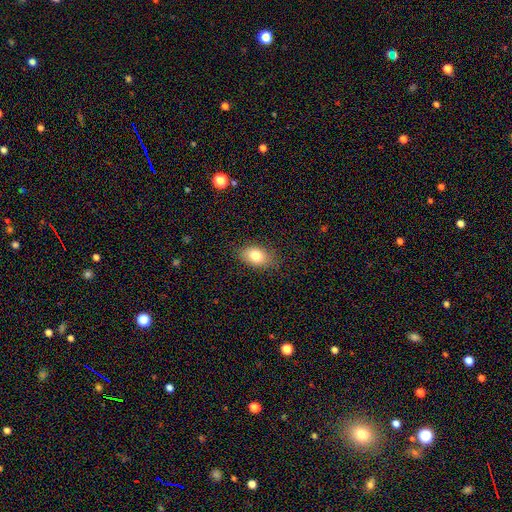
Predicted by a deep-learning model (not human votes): Smooth or featured? Predicted: smooth (p=0.80). How rounded? Predicted: in between (p=0.85). Merging? Predicted: none (p=0.81).